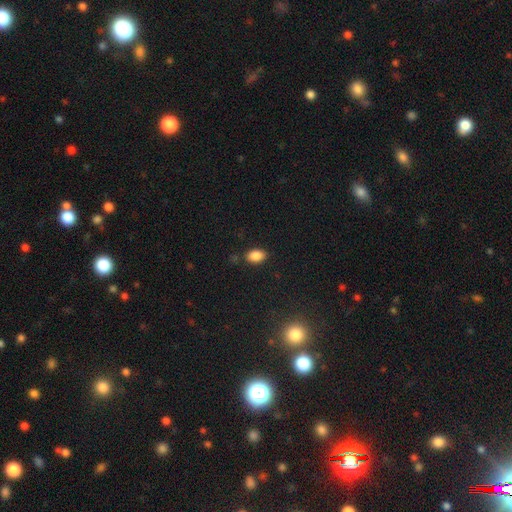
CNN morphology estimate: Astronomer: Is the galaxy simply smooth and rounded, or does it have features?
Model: smooth — 86%.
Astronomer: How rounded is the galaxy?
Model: in between — 89%.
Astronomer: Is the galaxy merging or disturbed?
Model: none — 82%.